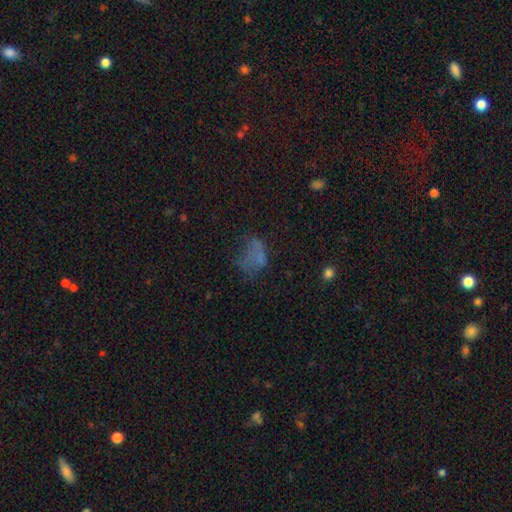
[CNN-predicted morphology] Smooth or featured? smooth (52%)
How rounded? in between (79%)
Merging? major disturbance (40%)